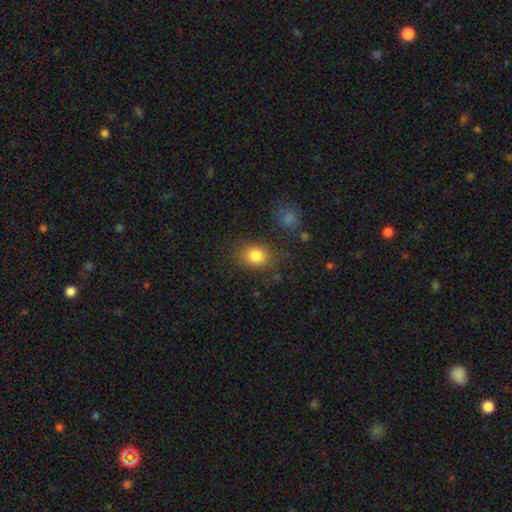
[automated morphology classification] A smooth galaxy with no disk features (84%) that is in between round and cigar-shaped (56%). Merging: none (77%).